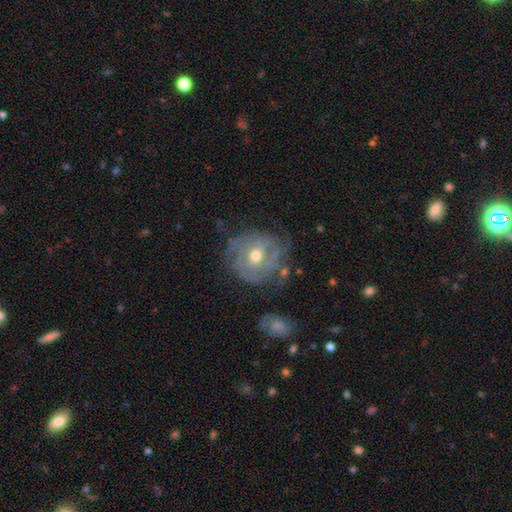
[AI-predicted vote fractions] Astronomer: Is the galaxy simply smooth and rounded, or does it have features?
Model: featured or disk — 78%.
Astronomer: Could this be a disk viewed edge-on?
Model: no — 96%.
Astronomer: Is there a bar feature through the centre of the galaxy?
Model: no — 55% (runner-up: weak, 35%).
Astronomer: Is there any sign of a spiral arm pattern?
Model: yes — 87%.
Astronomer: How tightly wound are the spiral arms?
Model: tight — 68%.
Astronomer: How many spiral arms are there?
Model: can't tell — 39% (runner-up: 3, 22%).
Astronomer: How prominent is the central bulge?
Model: moderate — 72%.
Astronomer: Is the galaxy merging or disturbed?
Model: none — 73%.